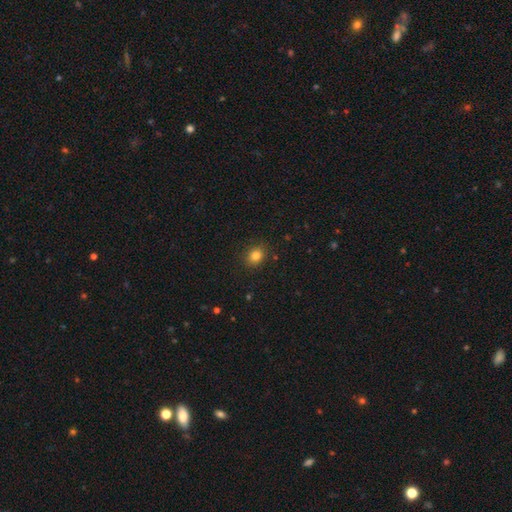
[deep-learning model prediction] Smooth or featured: smooth — 83% (star or artifact — 12%)
How rounded: round — 61% (in between — 38%)
Merging: none — 88% (minor disturbance — 9%)